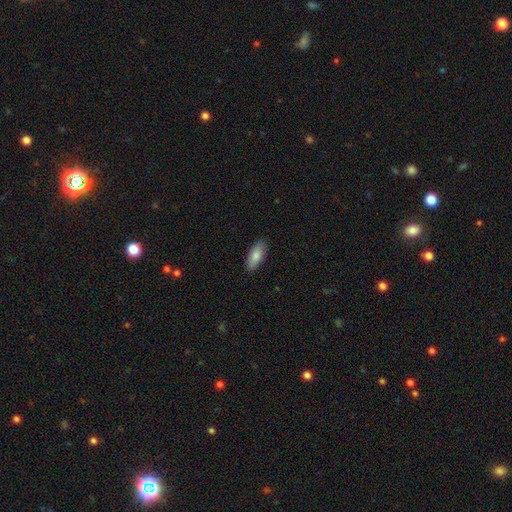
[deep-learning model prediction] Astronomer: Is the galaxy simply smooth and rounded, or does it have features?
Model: smooth — 85%.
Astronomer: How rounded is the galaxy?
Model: in between — 80%.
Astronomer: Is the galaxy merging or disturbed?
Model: none — 88%.